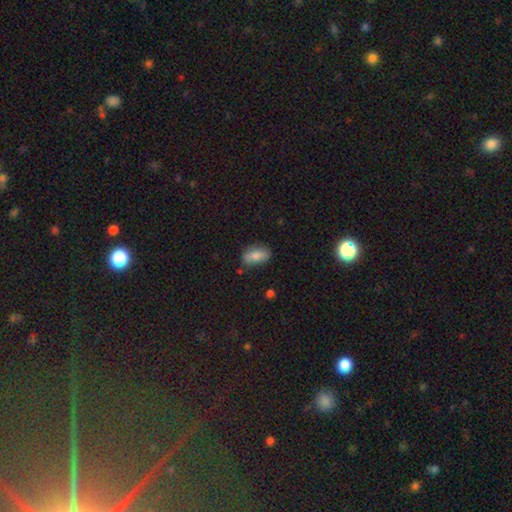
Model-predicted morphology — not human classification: Smooth or featured? smooth (82%)
How rounded? in between (88%)
Merging? none (74%)